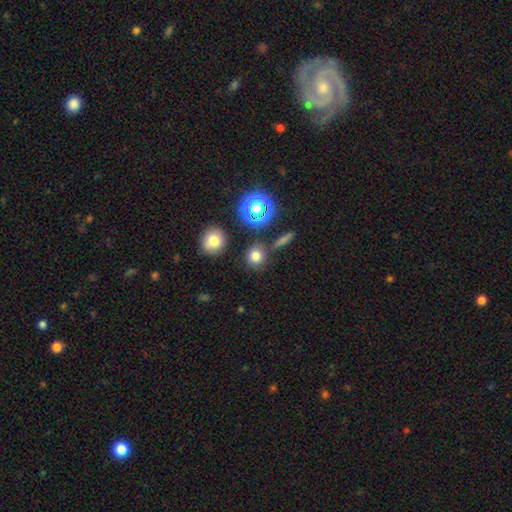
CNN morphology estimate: smooth-or-featured: smooth: 73% | star or artifact: 20% | featured or disk: 8%
  how-rounded: round: 85% | in between: 13% | cigar-shaped: 2%
  merging: none: 79% | minor disturbance: 10% | merger: 7% | major disturbance: 4%